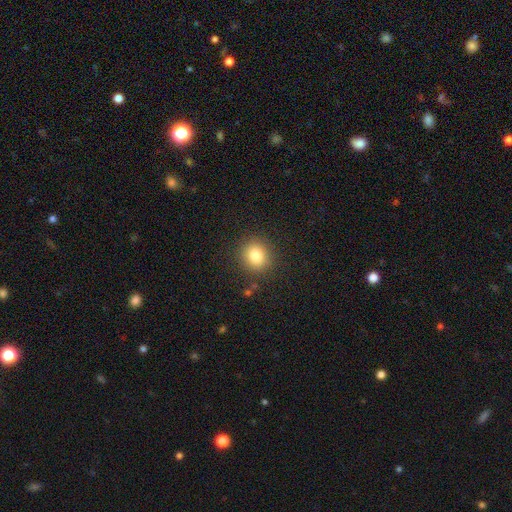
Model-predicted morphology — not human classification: Smooth or featured? Predicted: smooth (p=0.81). How rounded? Predicted: round (p=0.80). Merging? Predicted: none (p=0.87).